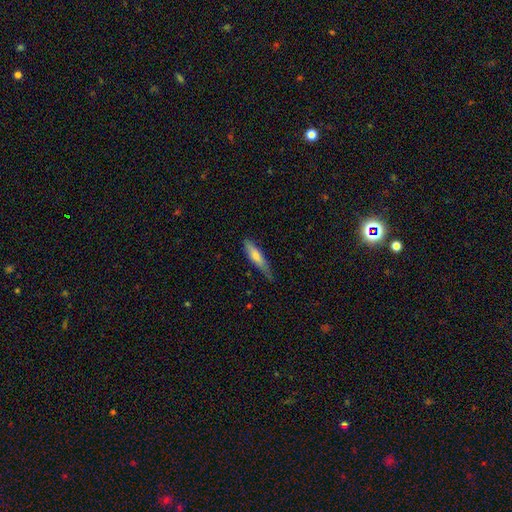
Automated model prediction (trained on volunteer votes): smooth-or-featured: smooth: 66% | featured or disk: 28% | star or artifact: 6%
  how-rounded: cigar-shaped: 75% | in between: 23% | round: 2%
  merging: none: 62% | minor disturbance: 30% | major disturbance: 6% | merger: 2%